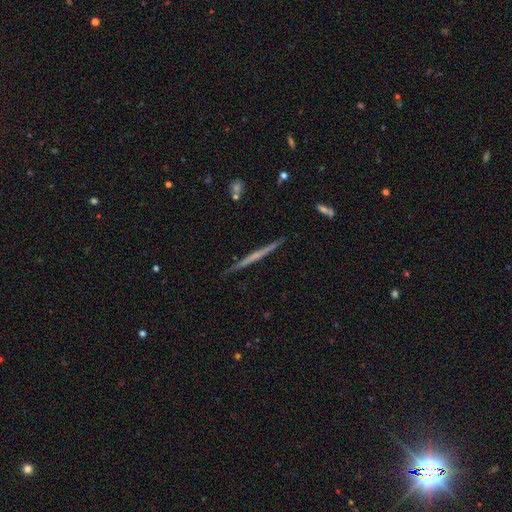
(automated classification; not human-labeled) Smooth or featured? Predicted: featured or disk (p=0.62). Edge-on disk? Predicted: yes (p=0.98). Edge-on bulge? Predicted: none (p=0.84). Merging? Predicted: none (p=0.90).